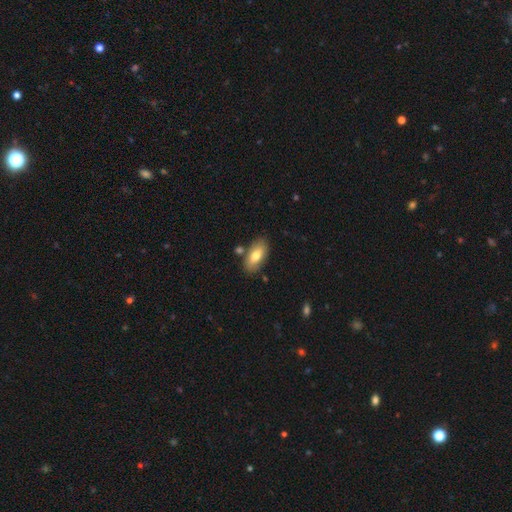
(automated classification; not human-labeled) smooth_or_featured: smooth (p=0.74) [alt: featured or disk p=0.20]
how_rounded: in between (p=0.89) [alt: cigar-shaped p=0.08]
merging: none (p=0.78) [alt: minor disturbance p=0.12]